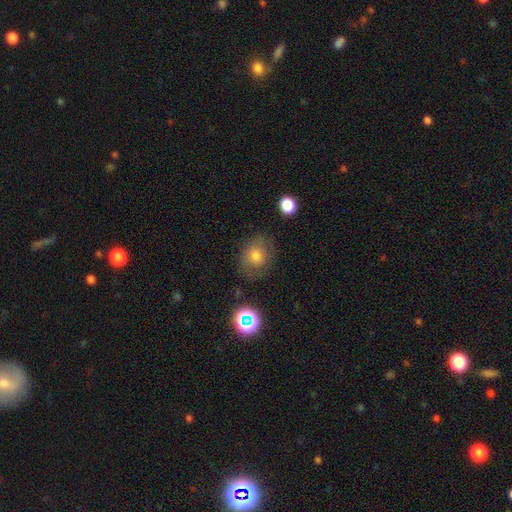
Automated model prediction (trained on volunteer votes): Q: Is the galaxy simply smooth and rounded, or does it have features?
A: smooth — 72%.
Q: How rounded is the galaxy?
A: round — 64%.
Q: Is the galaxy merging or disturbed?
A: none — 72%.